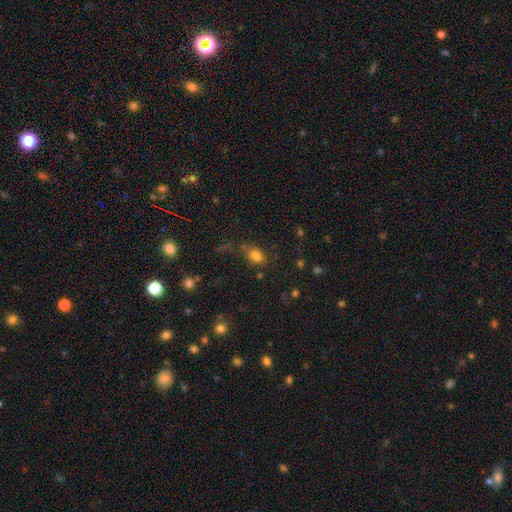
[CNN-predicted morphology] A smooth galaxy with no disk features (77%) that is in between round and cigar-shaped (78%).

Vote fractions:
- Smooth or featured? smooth: 77% / star or artifact: 15% / featured or disk: 8%
- How rounded? in between: 78% / round: 18% / cigar-shaped: 4%
- Merging? none: 54% / minor disturbance: 22% / major disturbance: 13% / merger: 11%